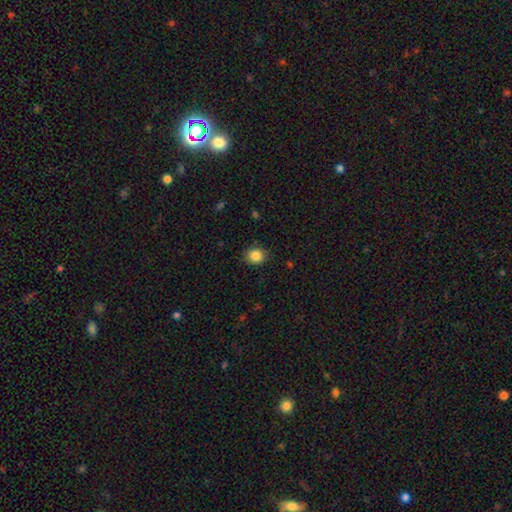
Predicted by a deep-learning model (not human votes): Smooth or featured? Predicted: smooth (p=0.86). How rounded? Predicted: round (p=0.79). Merging? Predicted: none (p=0.88).